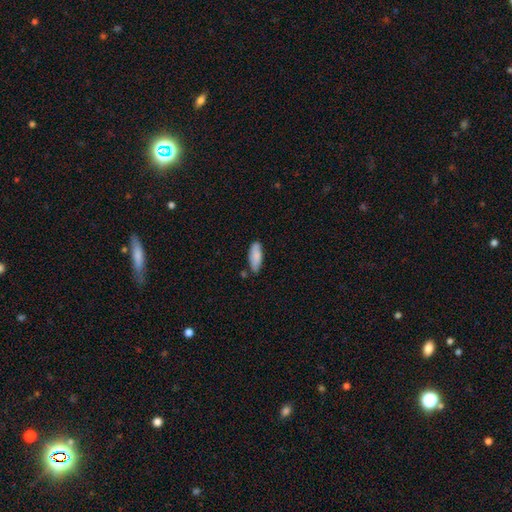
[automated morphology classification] Overall: smooth (85%). How rounded: in between (73%). Merging: none (72%).